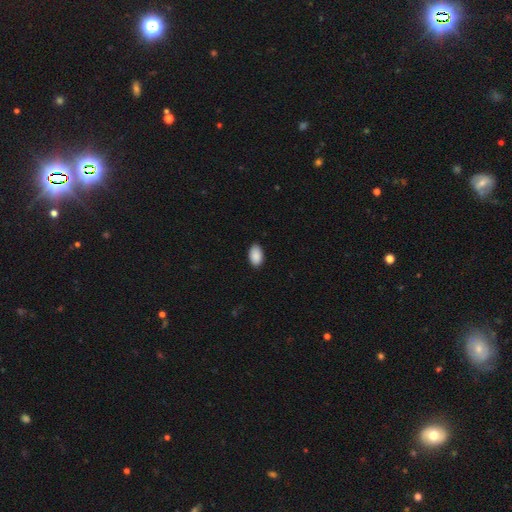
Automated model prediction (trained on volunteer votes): Smooth or featured?
  - smooth: 90% *
  - star or artifact: 7%
  - featured or disk: 3%
How rounded?
  - in between: 94% *
  - round: 5%
  - cigar-shaped: 1%
Merging?
  - none: 88% *
  - minor disturbance: 9%
  - major disturbance: 2%
  - merger: 1%